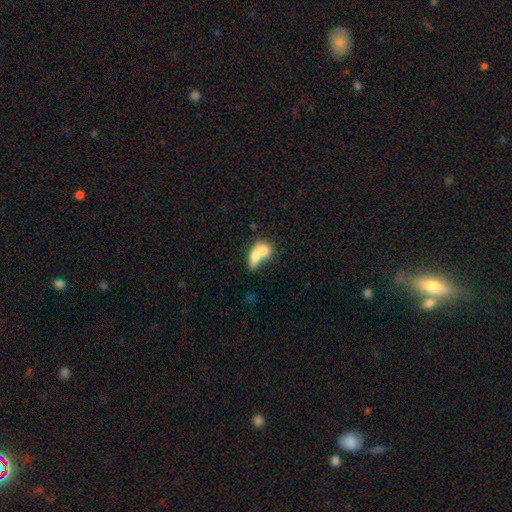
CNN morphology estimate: Smooth or featured?
  - smooth: 67% *
  - featured or disk: 25%
  - star or artifact: 8%
How rounded?
  - in between: 66% *
  - round: 30%
  - cigar-shaped: 4%
Merging?
  - merger: 75% *
  - none: 13%
  - minor disturbance: 6%
  - major disturbance: 5%